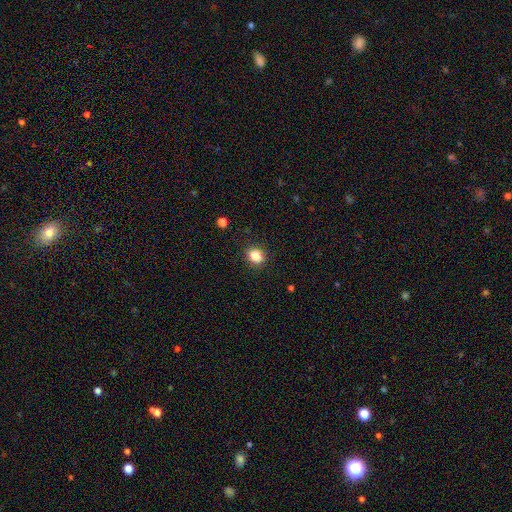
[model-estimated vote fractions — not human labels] A smooth galaxy with no disk features (85%) that is round (54%). Merging: none (89%).